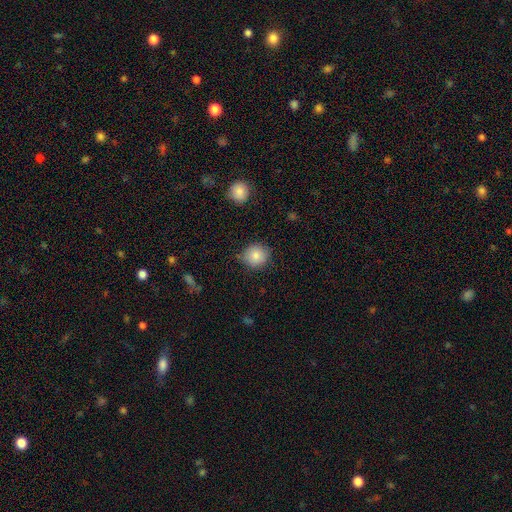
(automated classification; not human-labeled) This is clearly a smooth galaxy (85%). How rounded: clearly round (88%). Merging: clearly none (82%).